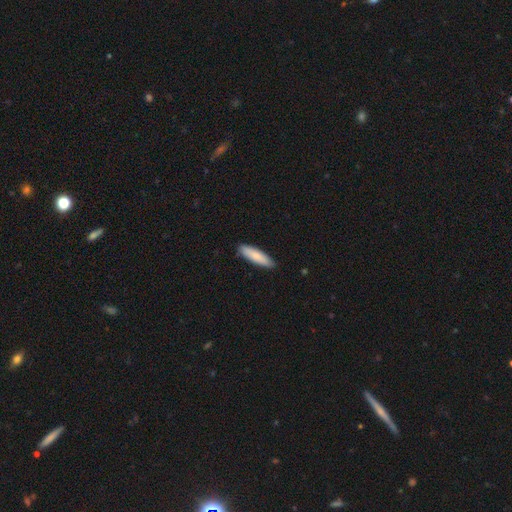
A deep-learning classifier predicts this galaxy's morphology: Smooth or featured? smooth (83%)
How rounded? cigar-shaped (67%)
Merging? none (87%)